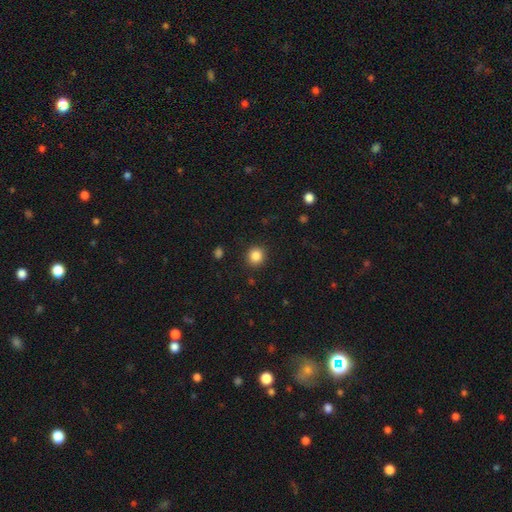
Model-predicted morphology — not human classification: This is clearly a smooth galaxy (86%). How rounded: clearly round (89%). Merging: clearly none (90%).